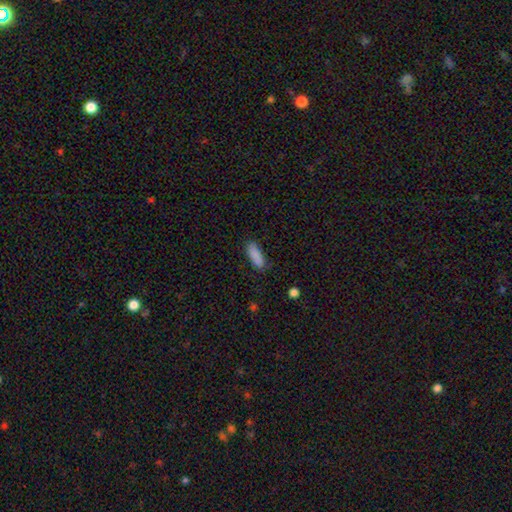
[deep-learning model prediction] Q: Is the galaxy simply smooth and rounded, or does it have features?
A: smooth — 87%.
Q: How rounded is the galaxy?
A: in between — 66%.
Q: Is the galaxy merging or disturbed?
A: none — 80%.